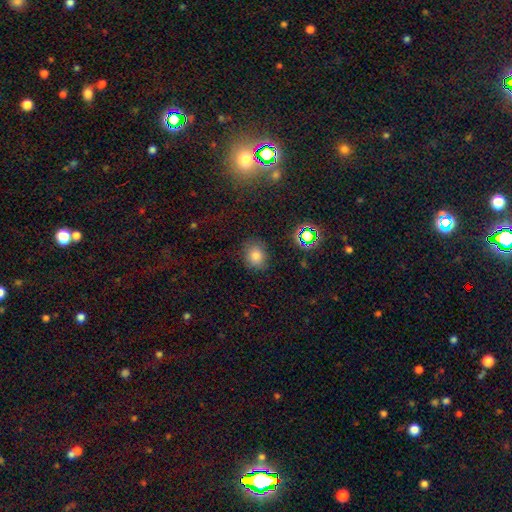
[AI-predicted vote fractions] A smooth galaxy with no disk features (76%) that is round (60%).

Vote fractions:
- Smooth or featured? smooth: 76% / star or artifact: 17% / featured or disk: 7%
- How rounded? round: 60% / in between: 39% / cigar-shaped: 1%
- Merging? none: 79% / minor disturbance: 15% / major disturbance: 5% / merger: 2%